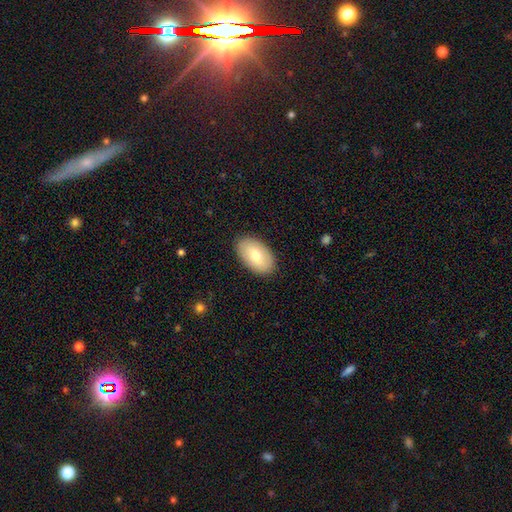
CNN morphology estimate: type=smooth (74%); roundness=in between (94%); merging=none (88%).